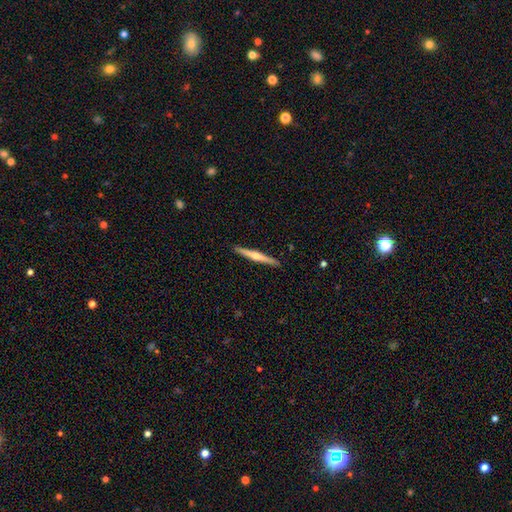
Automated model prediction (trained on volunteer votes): Smooth or featured? Predicted: featured or disk (p=0.60). Edge-on disk? Predicted: yes (p=0.98). Edge-on bulge? Predicted: rounded (p=0.70). Merging? Predicted: none (p=0.91).